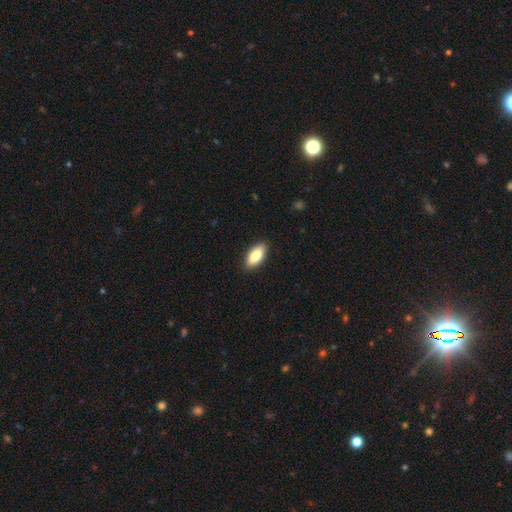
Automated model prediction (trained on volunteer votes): Smooth or featured? Predicted: smooth (p=0.84). How rounded? Predicted: in between (p=0.88). Merging? Predicted: none (p=0.89).